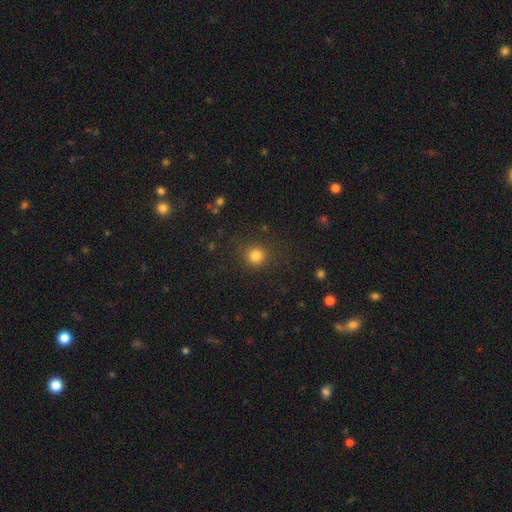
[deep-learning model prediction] Overall: smooth (82%). How rounded: round (92%). Merging: none (86%).